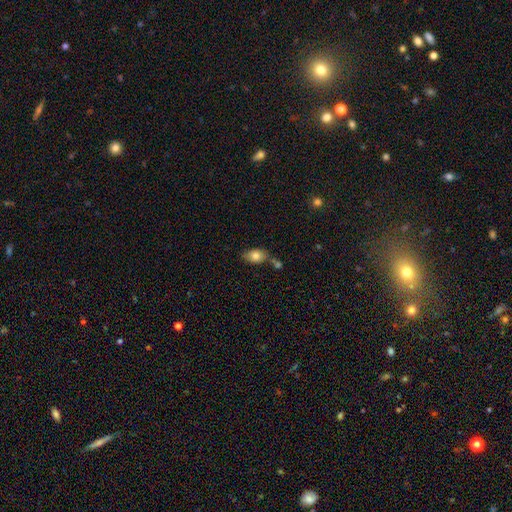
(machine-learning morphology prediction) Smooth or featured? Predicted: smooth (p=0.79). How rounded? Predicted: in between (p=0.83). Merging? Predicted: none (p=0.57).